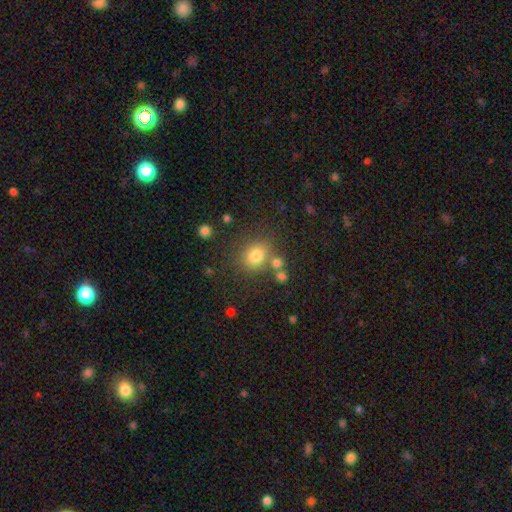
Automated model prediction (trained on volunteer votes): Smooth or featured: smooth — 78% (star or artifact — 14%)
How rounded: round — 74% (in between — 26%)
Merging: none — 71% (merger — 13%)